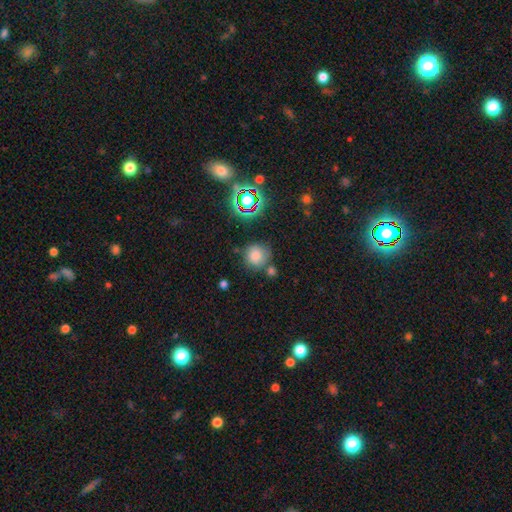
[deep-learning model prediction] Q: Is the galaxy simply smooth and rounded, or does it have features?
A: smooth — 75%.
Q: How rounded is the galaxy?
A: round — 89%.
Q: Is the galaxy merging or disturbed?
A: none — 68%.